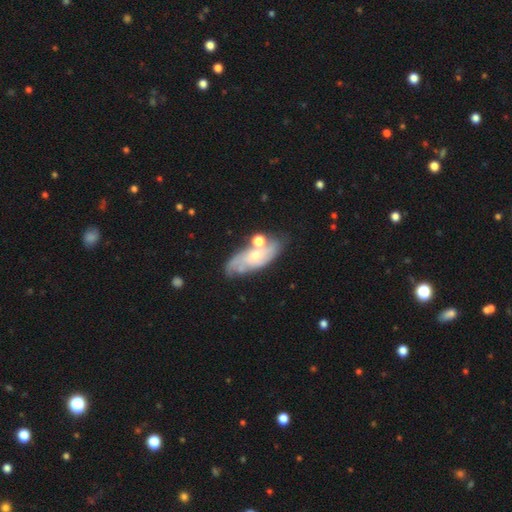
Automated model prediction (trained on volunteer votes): This appears to be a featured or disk galaxy (63%) with no bar (74%), spiral arms (81%) and a small central bulge (58%). Merging: none (57%).